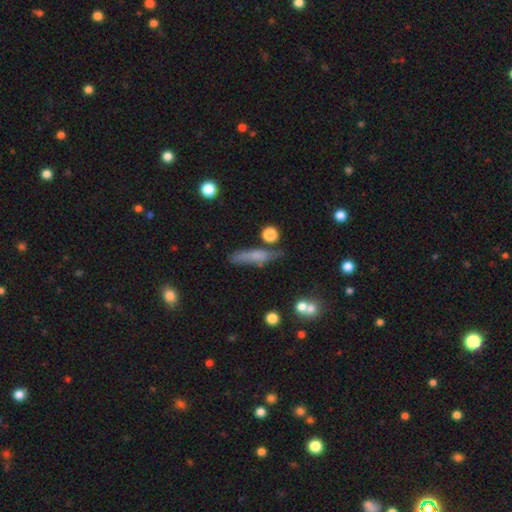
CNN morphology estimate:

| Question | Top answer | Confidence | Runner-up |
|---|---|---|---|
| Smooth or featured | smooth | 64% | featured or disk (26%) |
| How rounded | cigar-shaped | 78% | in between (18%) |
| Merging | none | 61% | minor disturbance (24%) |